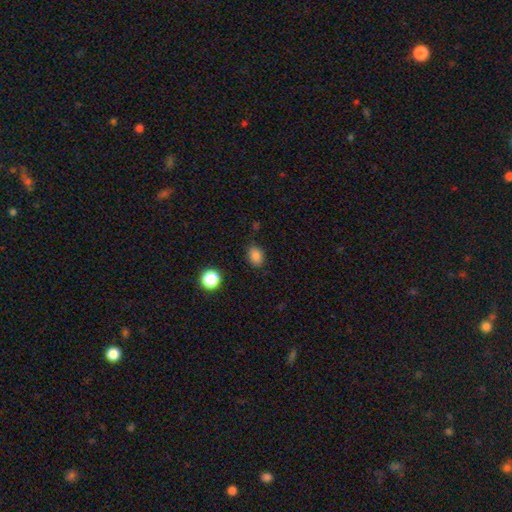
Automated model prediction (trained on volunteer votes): smooth-or-featured: smooth: 84% | star or artifact: 12% | featured or disk: 5%
  how-rounded: in between: 66% | round: 33% | cigar-shaped: 1%
  merging: none: 82% | minor disturbance: 13% | major disturbance: 3% | merger: 2%